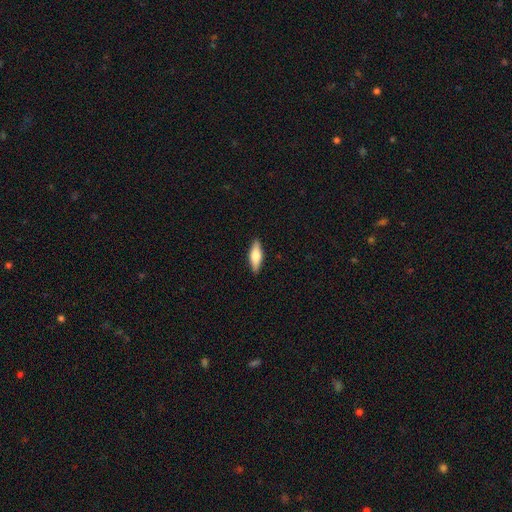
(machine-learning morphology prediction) type=smooth (59%); roundness=in between (53%); merging=none (89%).